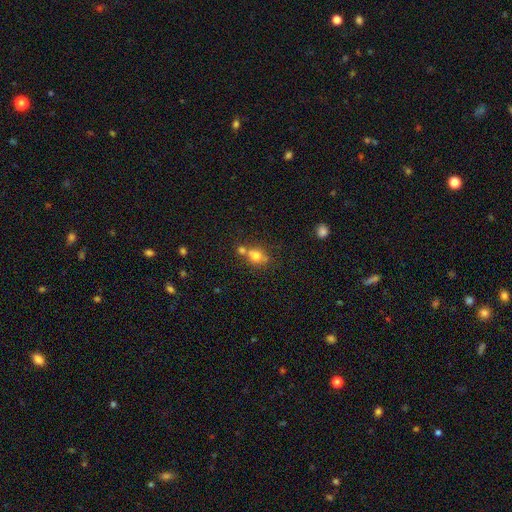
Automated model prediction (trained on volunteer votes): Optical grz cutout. It shows a smooth galaxy with no disk features (72%) that is round (64%). Merging: merger (42%, tied with none).